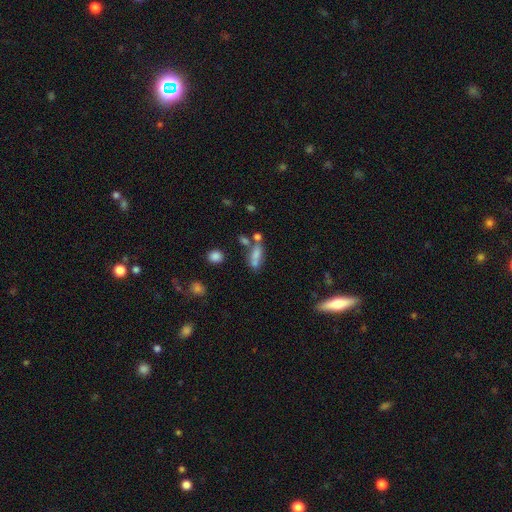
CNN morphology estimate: A smooth galaxy with no disk features (70%) that is in between round and cigar-shaped (66%). Merging: none (40%).